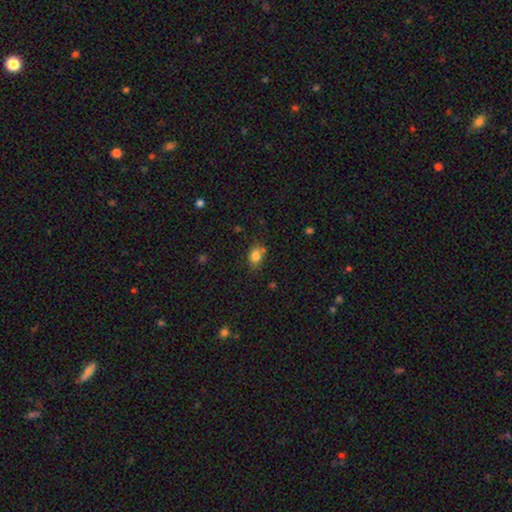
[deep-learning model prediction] This is clearly a smooth galaxy (82%). How rounded: likely in between (63%). Merging: likely none (66%).